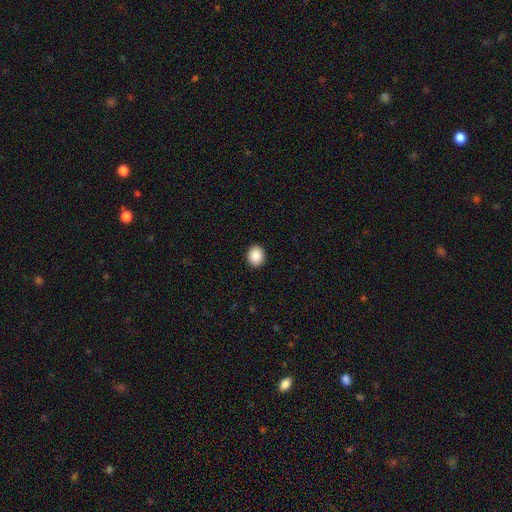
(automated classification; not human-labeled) Overall: smooth (88%). How rounded: round (64%; in between 35%). Merging: none (92%).